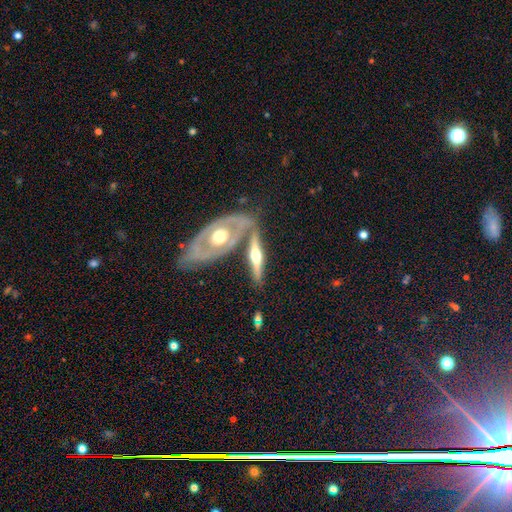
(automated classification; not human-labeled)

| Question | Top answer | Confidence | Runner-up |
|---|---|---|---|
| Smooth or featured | featured or disk | 74% | smooth (22%) |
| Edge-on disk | yes | 84% | no (16%) |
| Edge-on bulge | rounded | 95% | none (3%) |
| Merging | none | 56% | merger (27%) |